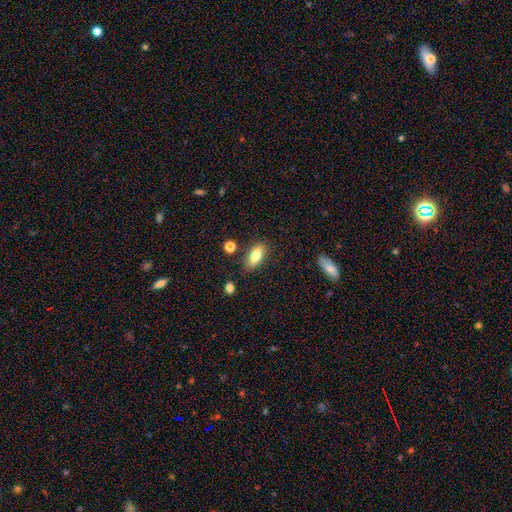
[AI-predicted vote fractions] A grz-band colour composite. It shows a smooth galaxy with no disk features (78%) that is in between round and cigar-shaped (82%). Merging: none (82%).